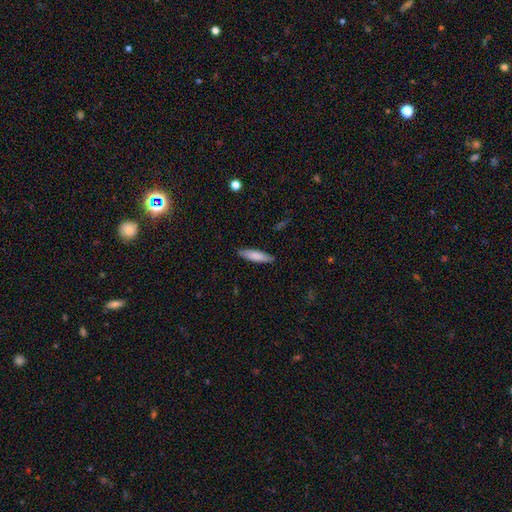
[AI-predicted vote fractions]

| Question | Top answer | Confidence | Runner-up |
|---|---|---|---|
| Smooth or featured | smooth | 81% | featured or disk (13%) |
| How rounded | cigar-shaped | 71% | in between (28%) |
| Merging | none | 87% | minor disturbance (10%) |